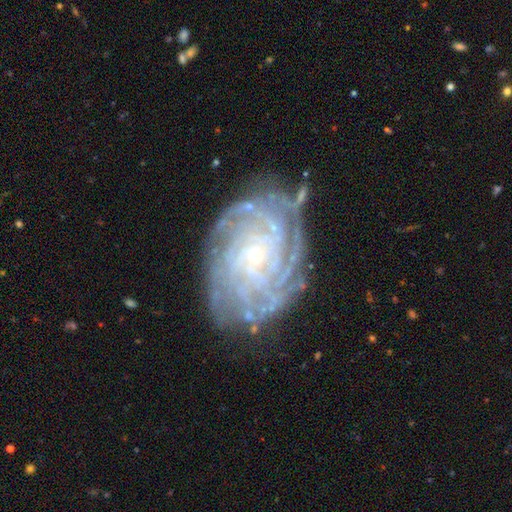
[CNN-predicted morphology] smooth_or_featured: featured or disk (p=0.89) [alt: star or artifact p=0.06]
disk_edge_on: no (p=0.97) [alt: yes p=0.03]
bar: no (p=0.72) [alt: weak p=0.21]
has_spiral_arms: yes (p=0.97) [alt: no p=0.03]
spiral_winding: tight (p=0.81) [alt: medium p=0.16]
spiral_arm_count: more than 4 (p=0.25) [tied with: can't tell p=0.25]
bulge_size: small (p=0.83) [alt: moderate p=0.13]
merging: none (p=0.76) [alt: minor disturbance p=0.16]